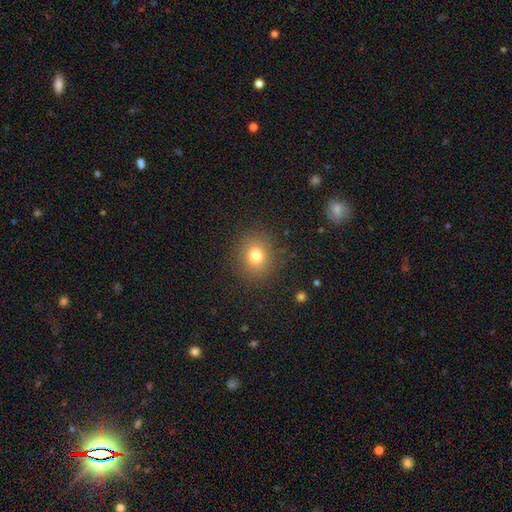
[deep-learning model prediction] The model was most divided on "how rounded": round: 79%, in between: 20%, cigar-shaped: 1%. More confident: merging — none (88%); smooth or featured — smooth (76%).